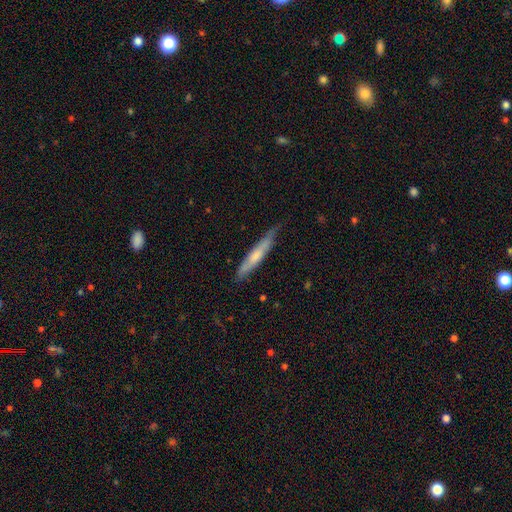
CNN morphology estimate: Smooth or featured?
  - smooth: 57% *
  - featured or disk: 38%
  - star or artifact: 5%
How rounded?
  - cigar-shaped: 92% *
  - in between: 7%
  - round: 1%
Merging?
  - none: 71% *
  - minor disturbance: 24%
  - major disturbance: 4%
  - merger: 1%